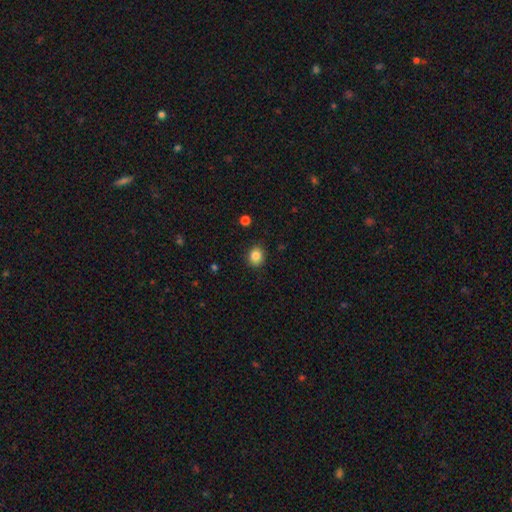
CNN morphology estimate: Smooth or featured? smooth (85%)
How rounded? round (65%)
Merging? none (88%)